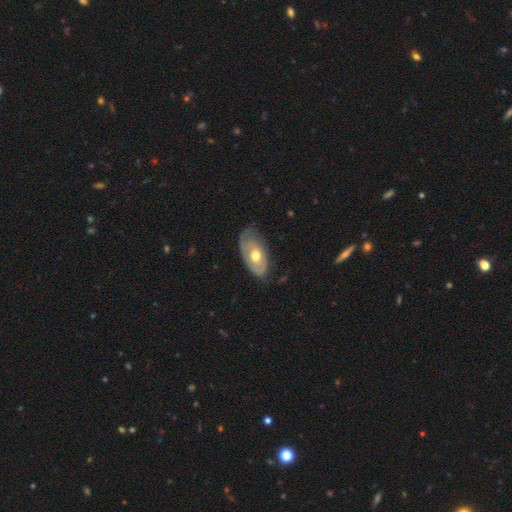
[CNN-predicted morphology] A featured or disk galaxy (51%).

Vote fractions:
- Smooth or featured? featured or disk: 51% / smooth: 44% / star or artifact: 5%
- Edge-on disk? no: 88% / yes: 12%
- Merging? none: 52% / minor disturbance: 35% / major disturbance: 12% / merger: 2%